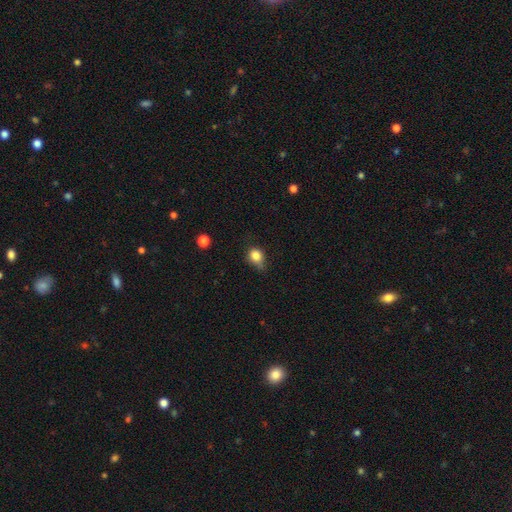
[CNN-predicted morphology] smooth-or-featured: smooth: 82% | star or artifact: 11% | featured or disk: 7%
  how-rounded: round: 67% | in between: 32% | cigar-shaped: 1%
  merging: none: 47% | minor disturbance: 39% | major disturbance: 12% | merger: 3%